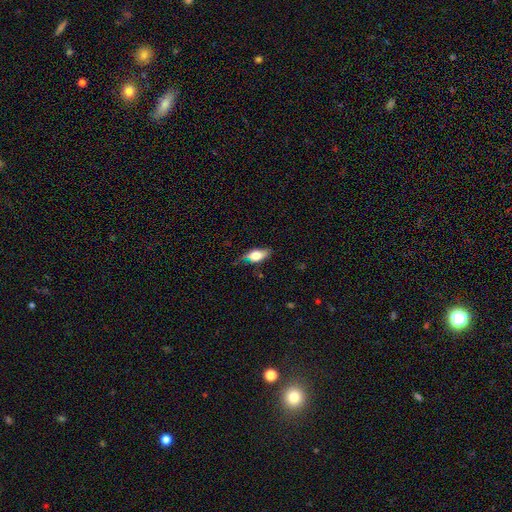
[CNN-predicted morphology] Smooth or featured?
  - smooth: 68% *
  - featured or disk: 25%
  - star or artifact: 7%
How rounded?
  - in between: 80% *
  - cigar-shaped: 15%
  - round: 5%
Merging?
  - none: 55% *
  - minor disturbance: 33%
  - major disturbance: 10%
  - merger: 2%